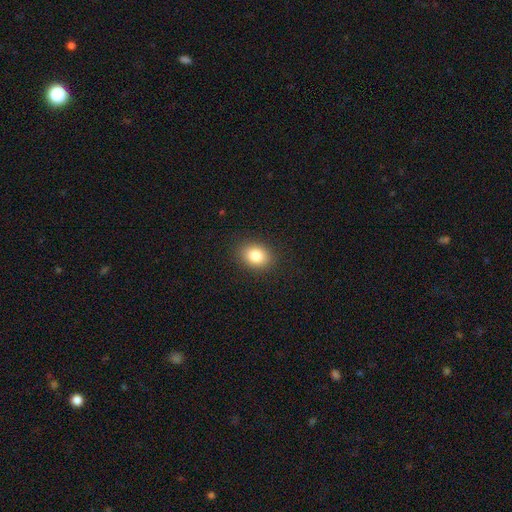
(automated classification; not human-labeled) Smooth or featured? smooth (84%)
How rounded? in between (60%)
Merging? none (89%)